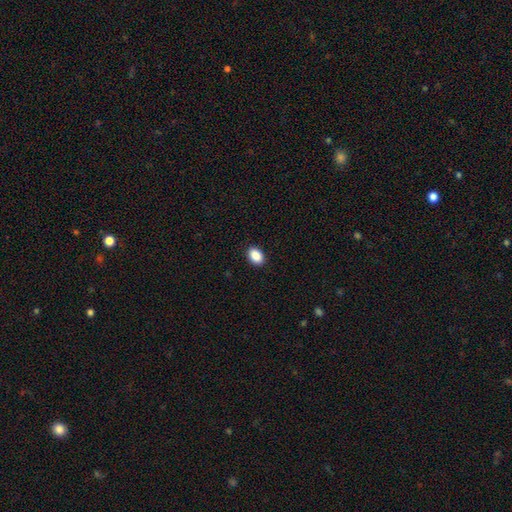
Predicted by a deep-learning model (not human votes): Morphology: type=smooth (89%); roundness=in between (82%); merging=none (91%).